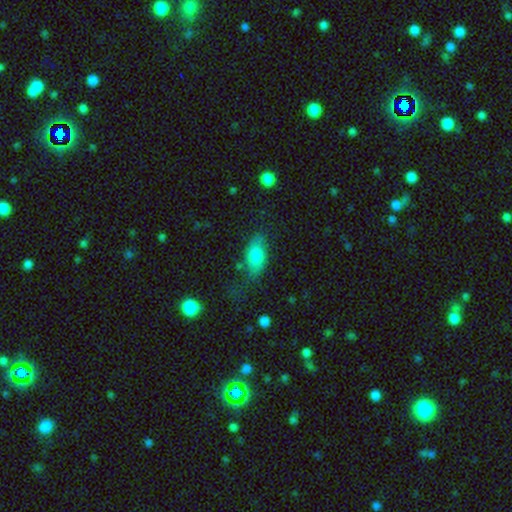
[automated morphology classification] Smooth or featured? Predicted: smooth (p=0.74). How rounded? Predicted: in between (p=0.88). Merging? Predicted: none (p=0.51).